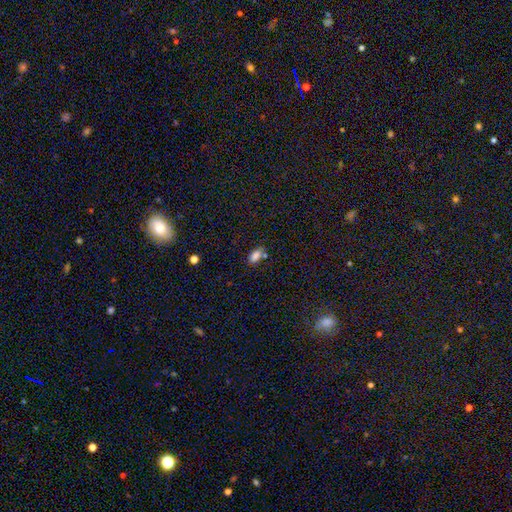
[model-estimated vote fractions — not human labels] The model was most divided on "merging": none: 65%, minor disturbance: 17%, merger: 14%, major disturbance: 5%. More confident: how rounded — in between (90%); smooth or featured — smooth (82%).